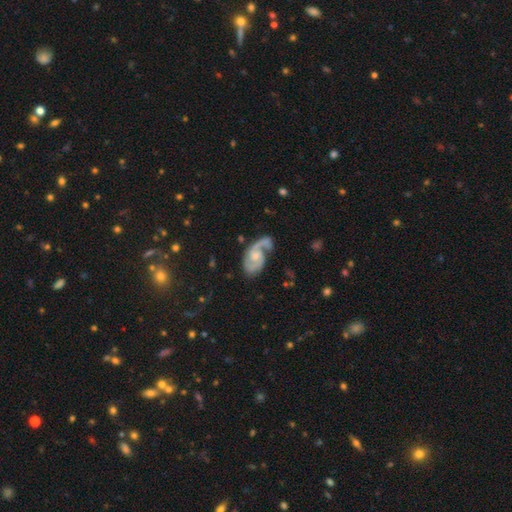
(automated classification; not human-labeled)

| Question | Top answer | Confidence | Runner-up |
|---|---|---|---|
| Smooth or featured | featured or disk | 87% | smooth (8%) |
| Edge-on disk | no | 97% | yes (3%) |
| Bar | no | 60% | weak (34%) |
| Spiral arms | yes | 97% | no (3%) |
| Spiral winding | medium | 52% | tight (24%) |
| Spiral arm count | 2 | 84% | 1 (9%) |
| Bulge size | small | 44% | moderate (38%) |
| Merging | none | 60% | minor disturbance (22%) |